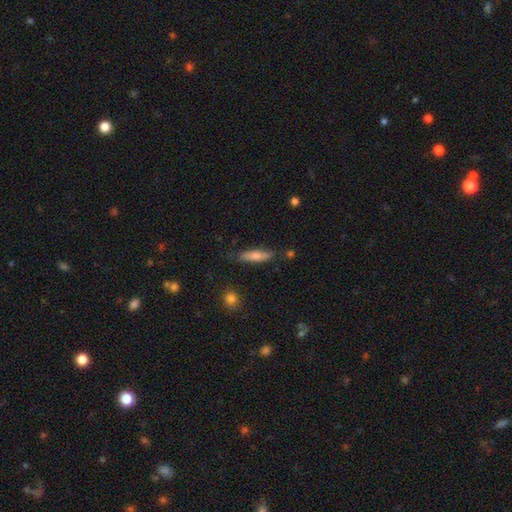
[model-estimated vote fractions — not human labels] This is possibly a smooth galaxy (57%). How rounded: likely cigar-shaped (79%). Merging: clearly none (81%).